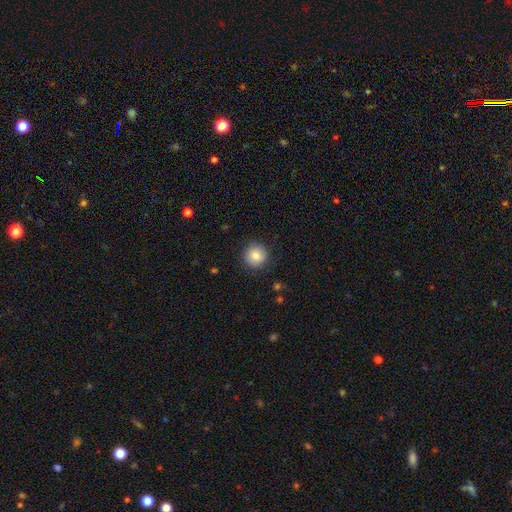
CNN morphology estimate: smooth-or-featured: smooth: 82% | star or artifact: 9% | featured or disk: 9%
  how-rounded: round: 93% | in between: 6% | cigar-shaped: 1%
  merging: none: 88% | minor disturbance: 8% | major disturbance: 3% | merger: 1%